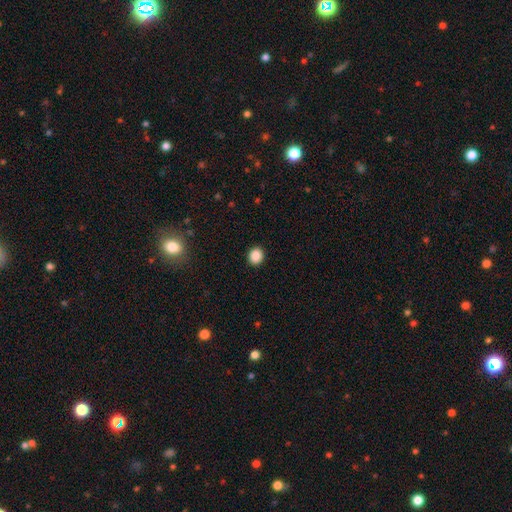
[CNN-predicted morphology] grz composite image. It shows a smooth galaxy with no disk features (88%) that is round (71%). Merging: none (91%).